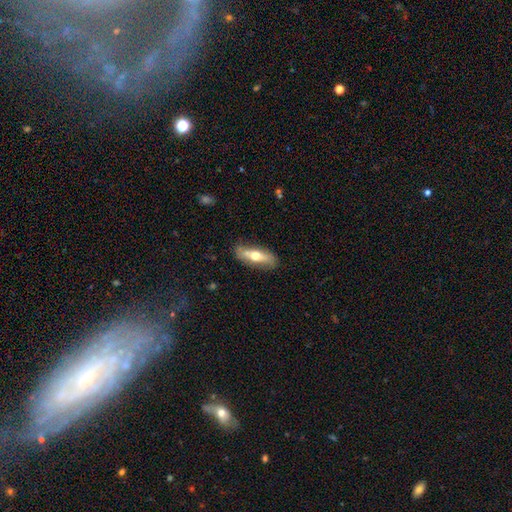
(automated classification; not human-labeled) smooth 53%, featured or disk 41%, star or artifact 6%. Down the decision tree: how rounded — in between (57%); merging — none (75%).